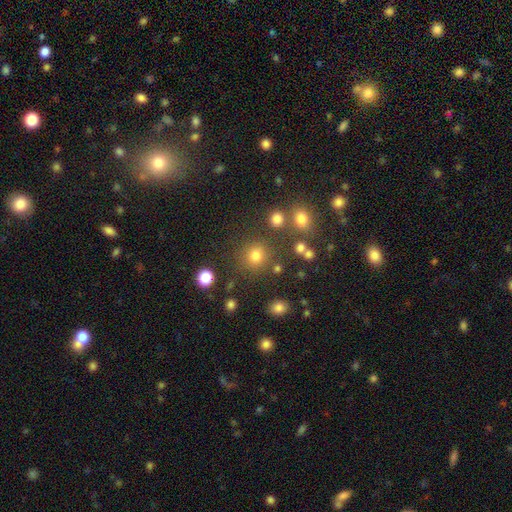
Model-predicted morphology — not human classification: Overall: smooth (76%). How rounded: round (90%). Merging: none (80%).